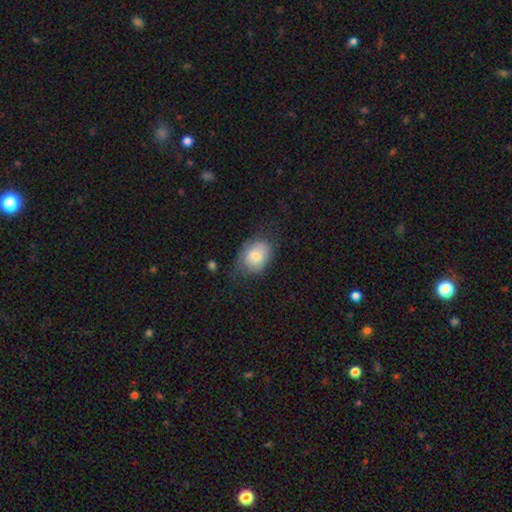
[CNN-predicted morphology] Smooth or featured?
  - smooth: 72% *
  - featured or disk: 20%
  - star or artifact: 8%
How rounded?
  - in between: 64% *
  - round: 35%
  - cigar-shaped: 1%
Merging?
  - none: 55% *
  - minor disturbance: 28%
  - major disturbance: 15%
  - merger: 2%